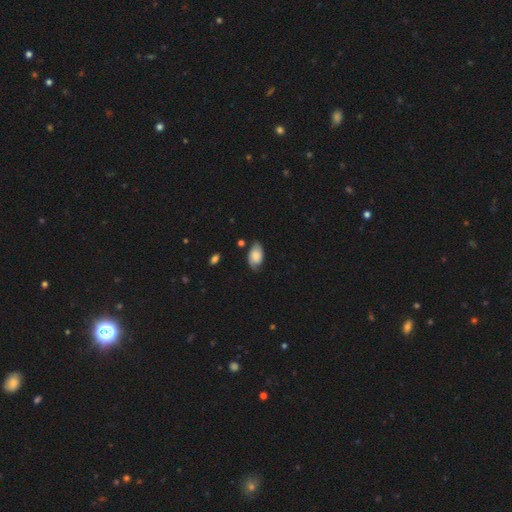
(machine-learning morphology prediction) smooth 46% (tied), featured or disk 46% (tied), star or artifact 8%. Down the decision tree: merging — none (69%).